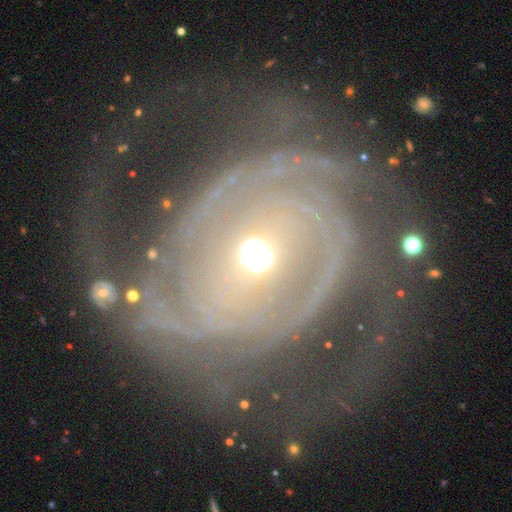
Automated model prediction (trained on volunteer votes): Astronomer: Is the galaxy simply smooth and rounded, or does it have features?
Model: featured or disk — 86%.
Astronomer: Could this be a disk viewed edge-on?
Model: no — 96%.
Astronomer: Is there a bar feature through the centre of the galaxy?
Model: no — 55%.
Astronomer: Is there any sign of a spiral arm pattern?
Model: yes — 90%.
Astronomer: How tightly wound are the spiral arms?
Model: tight — 56%.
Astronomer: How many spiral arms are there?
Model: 2 — 38% (runner-up: can't tell, 21%).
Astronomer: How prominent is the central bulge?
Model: moderate — 58%.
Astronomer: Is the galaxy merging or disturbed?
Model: none — 62%.